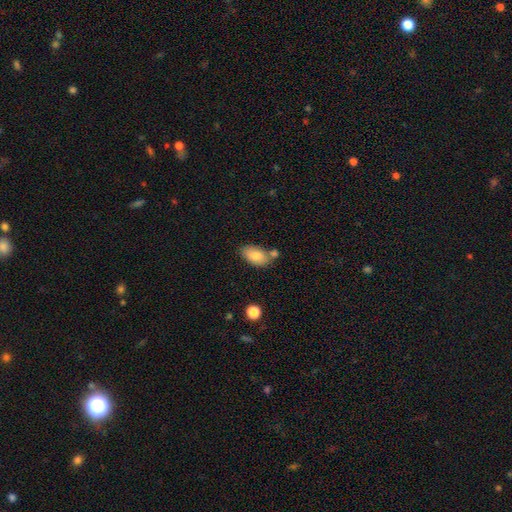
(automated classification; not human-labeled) Smooth or featured? smooth (81%)
How rounded? in between (93%)
Merging? none (62%)